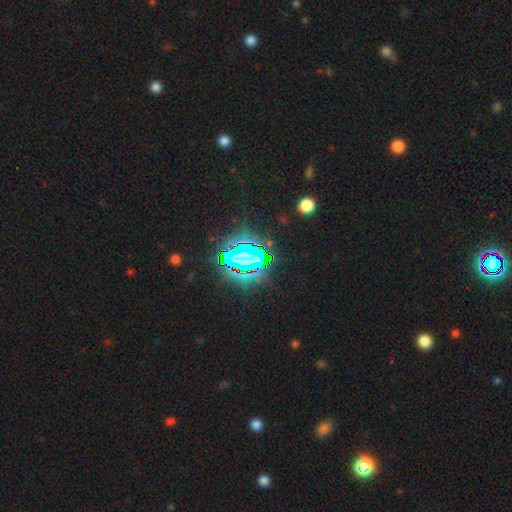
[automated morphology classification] This appears to be a star or artifact, not a galaxy (84%).